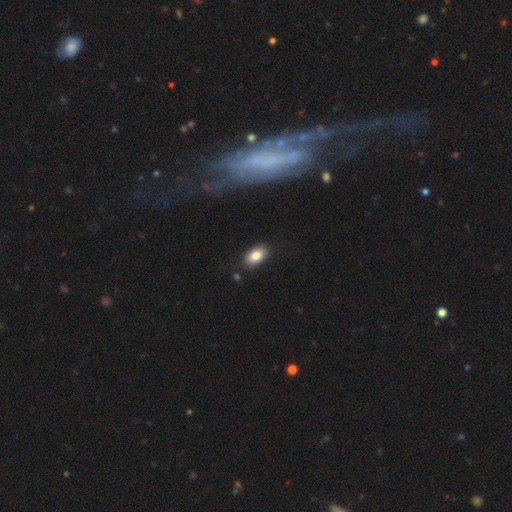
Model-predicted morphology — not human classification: A smooth galaxy with no disk features (84%) that is in between round and cigar-shaped (90%). Merging: none (85%).